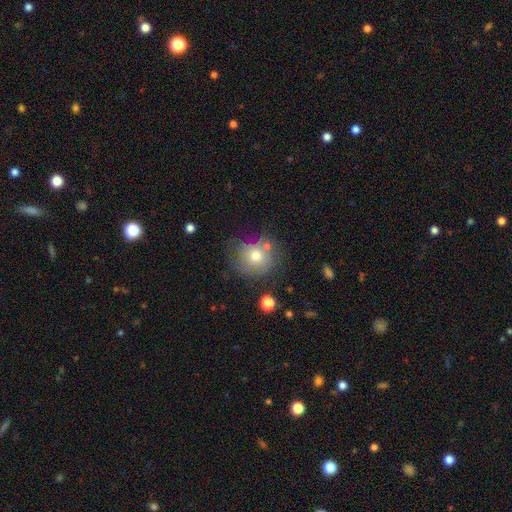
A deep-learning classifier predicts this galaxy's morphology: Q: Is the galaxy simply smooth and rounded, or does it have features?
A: smooth — 69%.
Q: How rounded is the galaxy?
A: round — 84%.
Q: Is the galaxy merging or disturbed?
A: none — 62%.